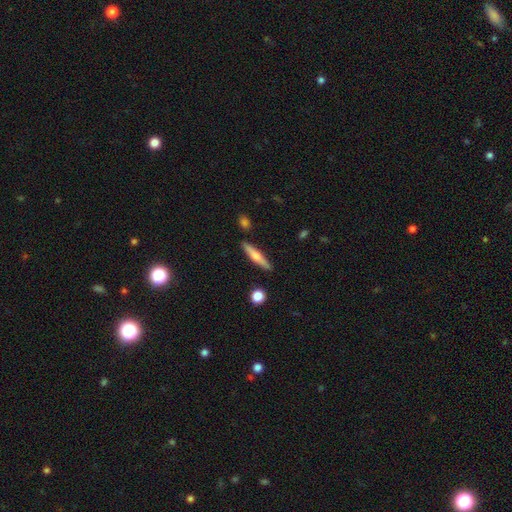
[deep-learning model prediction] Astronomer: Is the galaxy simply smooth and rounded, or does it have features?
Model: smooth — 53% (runner-up: featured or disk, 41%).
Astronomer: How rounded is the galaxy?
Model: cigar-shaped — 89%.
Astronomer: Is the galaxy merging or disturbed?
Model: none — 87%.